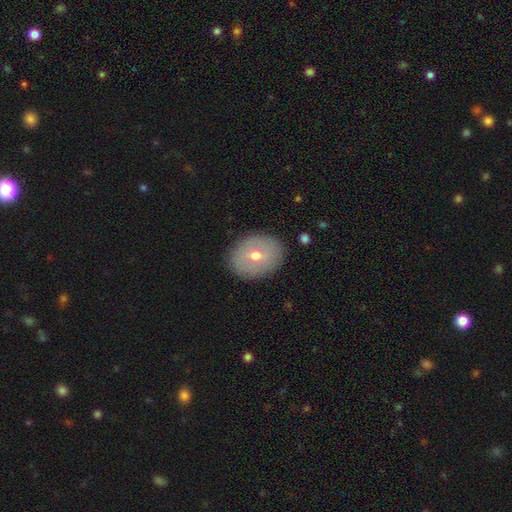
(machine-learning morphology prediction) type=smooth (53%); roundness=in between (51%); merging=none (86%).